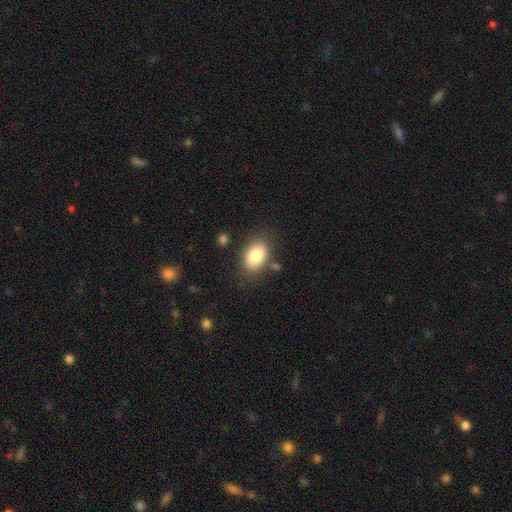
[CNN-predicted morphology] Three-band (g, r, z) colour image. It shows a smooth galaxy with no disk features (82%) that is in between round and cigar-shaped (83%). Merging: none (78%).